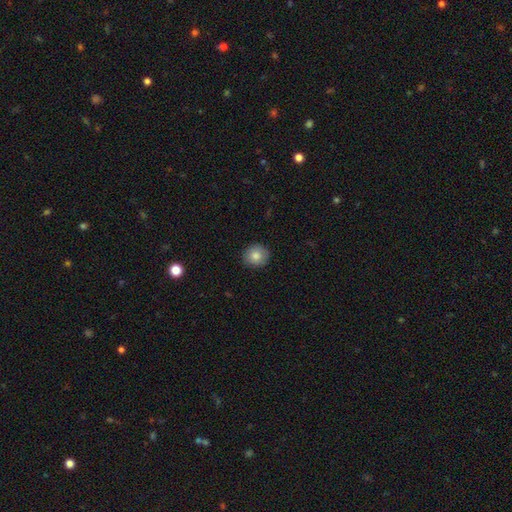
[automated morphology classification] Smooth or featured: smooth — 82% (featured or disk — 9%)
How rounded: round — 88% (in between — 11%)
Merging: none — 89% (minor disturbance — 8%)